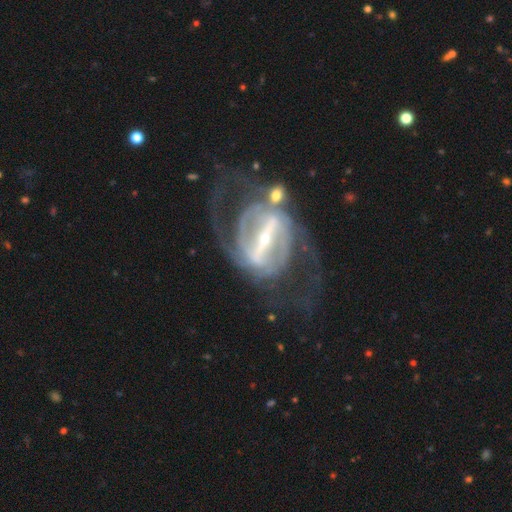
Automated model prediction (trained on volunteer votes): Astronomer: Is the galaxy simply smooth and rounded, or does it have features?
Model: featured or disk — 89%.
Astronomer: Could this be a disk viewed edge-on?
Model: no — 92%.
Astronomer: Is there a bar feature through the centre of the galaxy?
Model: strong — 83%.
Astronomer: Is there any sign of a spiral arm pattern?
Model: yes — 88%.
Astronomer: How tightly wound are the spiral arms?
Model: medium — 44% (runner-up: tight, 36%).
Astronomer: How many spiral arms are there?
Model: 2 — 74%.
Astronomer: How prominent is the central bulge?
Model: small — 68%.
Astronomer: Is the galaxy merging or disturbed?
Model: none — 59%.